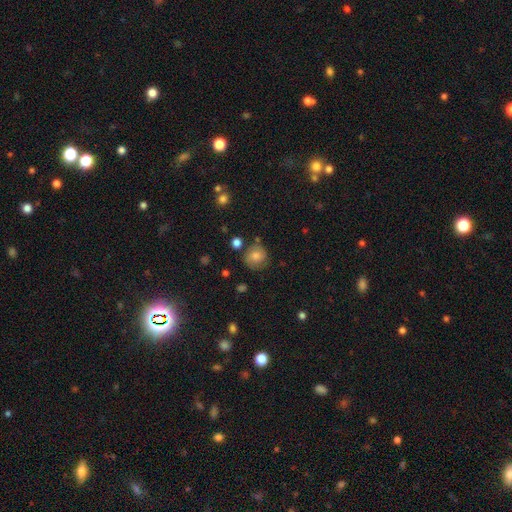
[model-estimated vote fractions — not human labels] The model was most divided on "smooth or featured": smooth: 71%, featured or disk: 19%, star or artifact: 10%. More confident: how rounded — round (86%); merging — none (72%).